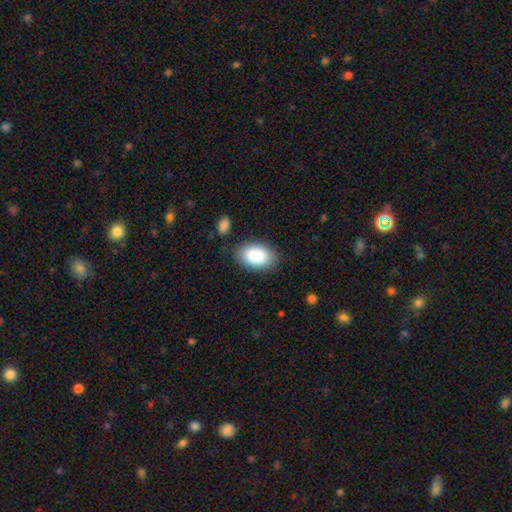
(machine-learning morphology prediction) The model was most divided on "merging": none: 81%, minor disturbance: 13%, major disturbance: 3%, merger: 3%. More confident: how rounded — in between (90%); smooth or featured — smooth (86%).